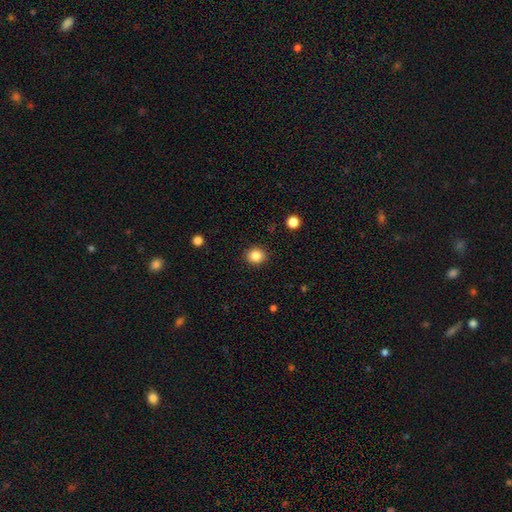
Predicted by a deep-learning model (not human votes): Smooth or featured: smooth — 85% (star or artifact — 10%)
How rounded: round — 78% (in between — 21%)
Merging: none — 91% (minor disturbance — 7%)